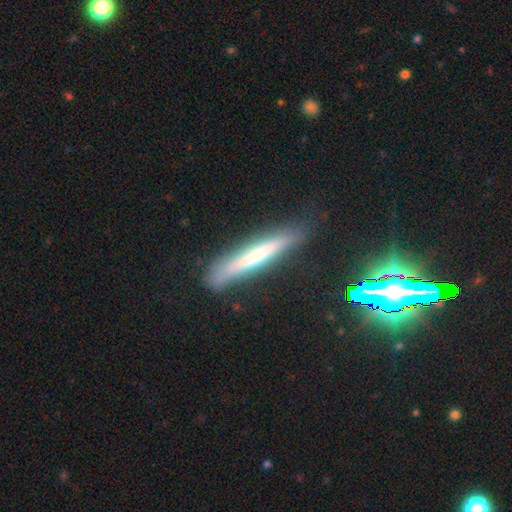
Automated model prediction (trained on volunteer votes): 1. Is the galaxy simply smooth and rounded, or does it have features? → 50% smooth, 41% featured or disk, 9% star or artifact.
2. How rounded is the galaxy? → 93% cigar-shaped, 5% in between, 1% round.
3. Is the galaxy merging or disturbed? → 75% none, 17% minor disturbance, 5% major disturbance, 2% merger.